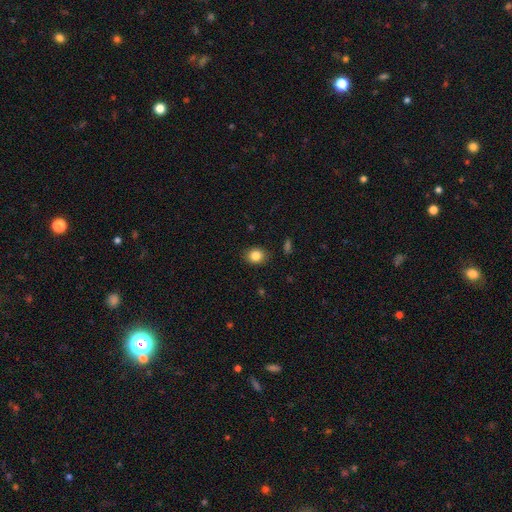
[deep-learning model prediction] Q: Smooth or featured?
A: smooth (84%); runner-up: star or artifact (10%)
Q: How rounded?
A: round (63%); runner-up: in between (36%)
Q: Merging?
A: none (88%); runner-up: minor disturbance (9%)